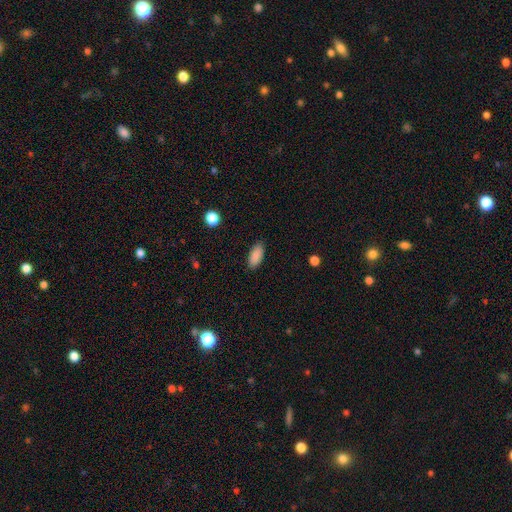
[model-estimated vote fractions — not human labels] Smooth or featured: smooth — 89% (star or artifact — 7%)
How rounded: in between — 88% (cigar-shaped — 10%)
Merging: none — 89% (minor disturbance — 8%)